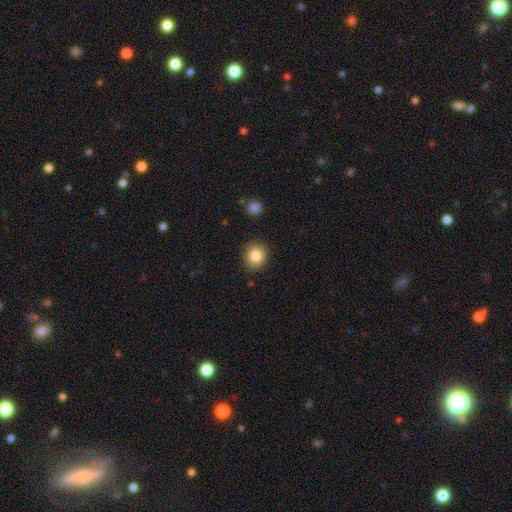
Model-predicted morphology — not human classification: Smooth or featured: smooth — 83% (star or artifact — 10%)
How rounded: round — 80% (in between — 19%)
Merging: none — 89% (minor disturbance — 8%)